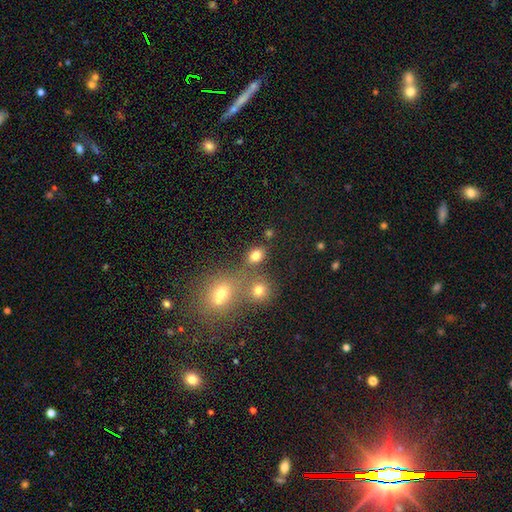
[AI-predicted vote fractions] The model was most divided on "how rounded" (2-way tie): in between: 49%, round: 49%, cigar-shaped: 2%. More confident: smooth or featured — smooth (79%); merging — none (68%).